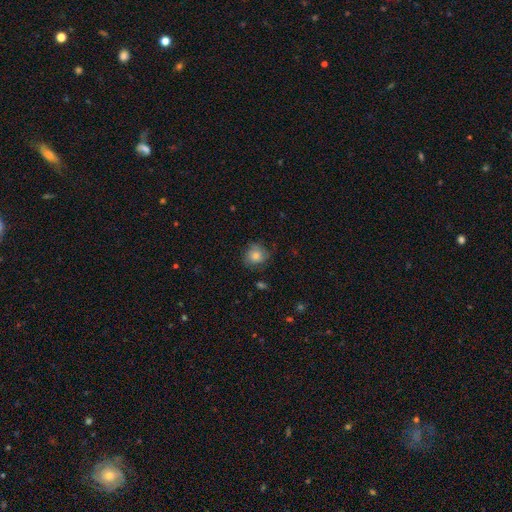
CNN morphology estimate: A smooth galaxy with no disk features (74%) that is round (83%).

Vote fractions:
- Smooth or featured? smooth: 74% / featured or disk: 16% / star or artifact: 9%
- How rounded? round: 83% / in between: 16% / cigar-shaped: 1%
- Merging? none: 71% / minor disturbance: 21% / major disturbance: 7% / merger: 2%